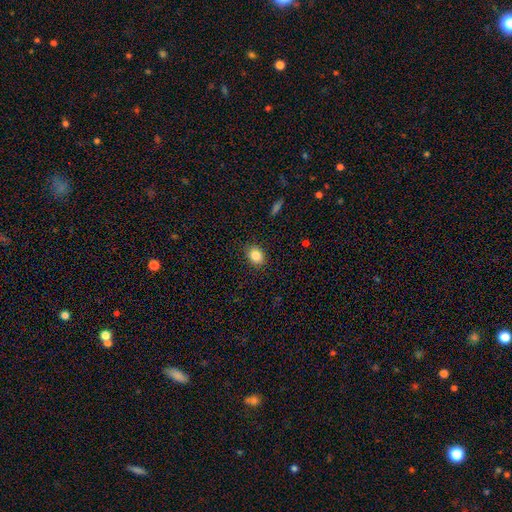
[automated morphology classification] Overall: smooth (84%). How rounded: round (50%; in between 49%). Merging: none (87%).